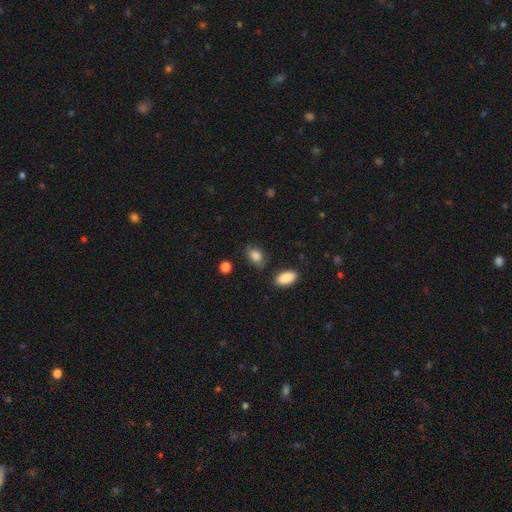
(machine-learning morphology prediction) Smooth or featured?
  - smooth: 85% *
  - star or artifact: 8%
  - featured or disk: 7%
How rounded?
  - in between: 83% *
  - round: 15%
  - cigar-shaped: 2%
Merging?
  - none: 74% *
  - minor disturbance: 18%
  - major disturbance: 5%
  - merger: 3%